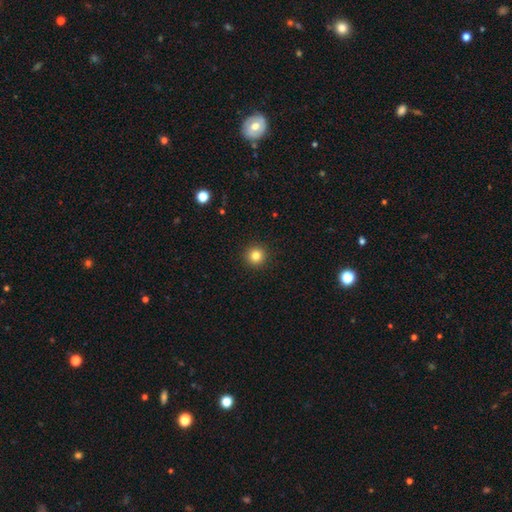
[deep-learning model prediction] Smooth or featured?
  - smooth: 82% *
  - star or artifact: 12%
  - featured or disk: 6%
How rounded?
  - round: 96% *
  - in between: 3%
  - cigar-shaped: 1%
Merging?
  - none: 93% *
  - minor disturbance: 4%
  - major disturbance: 2%
  - merger: 1%